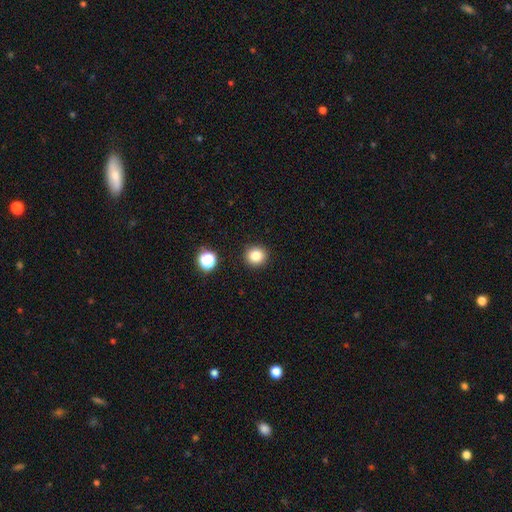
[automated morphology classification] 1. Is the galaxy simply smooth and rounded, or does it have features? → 83% smooth, 12% star or artifact, 5% featured or disk.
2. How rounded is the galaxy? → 91% round, 8% in between, 1% cigar-shaped.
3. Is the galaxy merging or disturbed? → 91% none, 5% minor disturbance, 2% major disturbance, 2% merger.